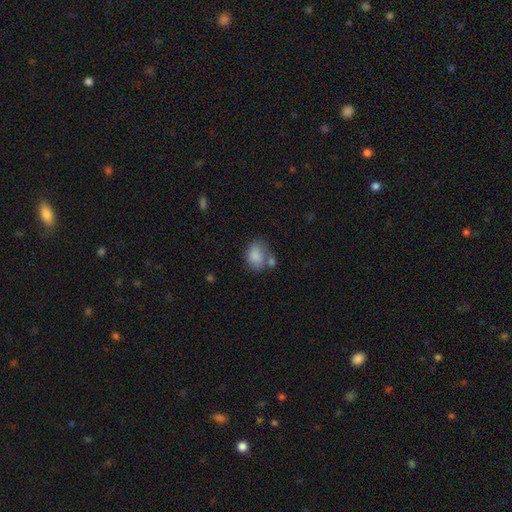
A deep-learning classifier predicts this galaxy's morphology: This is clearly a smooth galaxy (83%). How rounded: likely in between (74%). Merging: marginally none (43%).